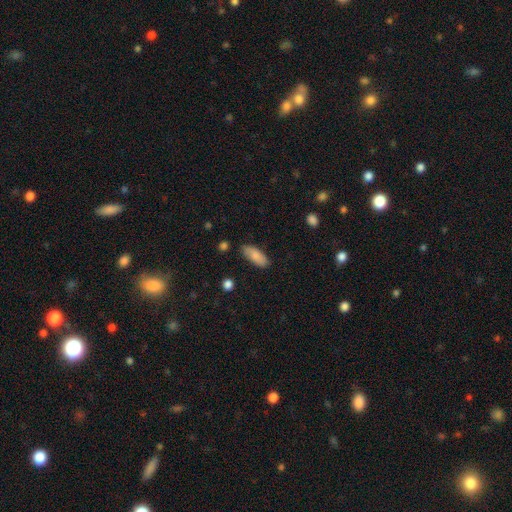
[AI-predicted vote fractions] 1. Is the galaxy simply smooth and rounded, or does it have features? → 83% smooth, 11% featured or disk, 6% star or artifact.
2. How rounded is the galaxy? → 76% in between, 23% cigar-shaped, 2% round.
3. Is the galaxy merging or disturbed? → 82% none, 13% minor disturbance, 2% major disturbance, 2% merger.